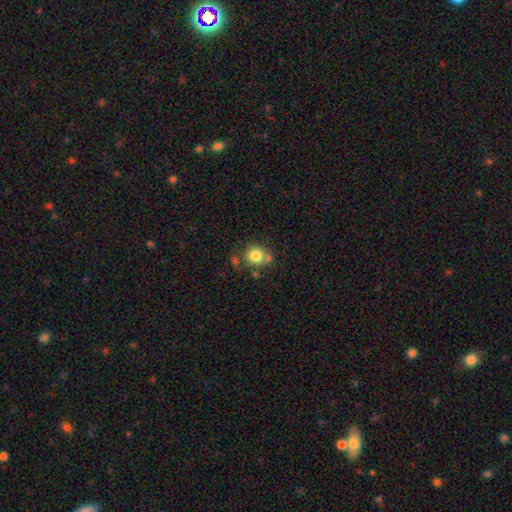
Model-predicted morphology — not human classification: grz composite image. It shows a smooth galaxy with no disk features (80%) that is round (84%). Merging: none (62%).